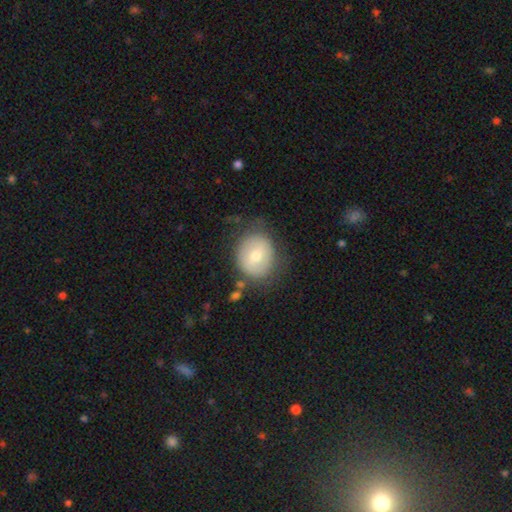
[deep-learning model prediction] Smooth or featured: smooth — 63% (featured or disk — 29%)
How rounded: round — 75% (in between — 24%)
Merging: none — 74% (minor disturbance — 18%)